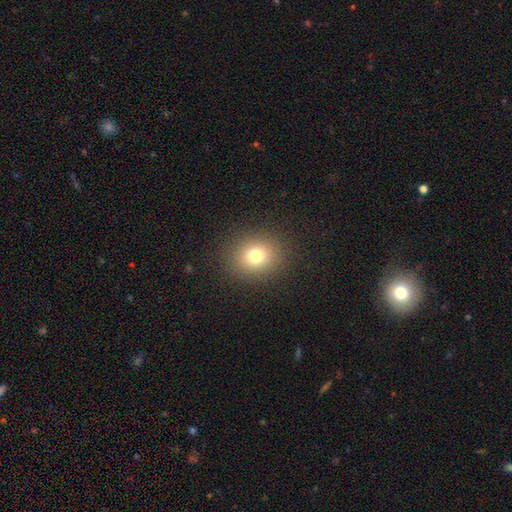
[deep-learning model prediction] Overall: smooth (76%). How rounded: round (74%). Merging: none (89%).